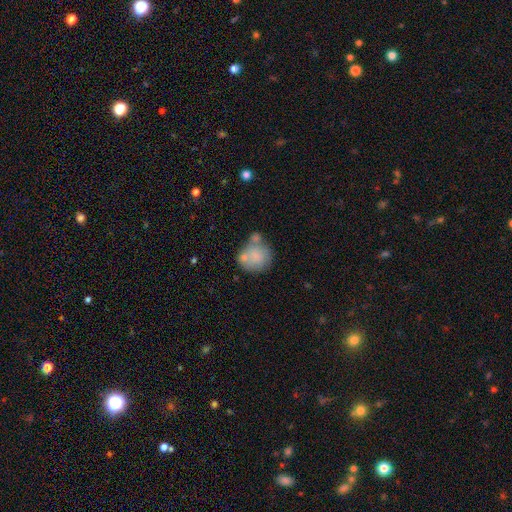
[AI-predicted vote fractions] A smooth galaxy with no disk features (75%) that is round (82%).

Vote fractions:
- Smooth or featured? smooth: 75% / featured or disk: 18% / star or artifact: 8%
- How rounded? round: 82% / in between: 17% / cigar-shaped: 1%
- Merging? none: 39% / merger: 32% / minor disturbance: 19% / major disturbance: 10%